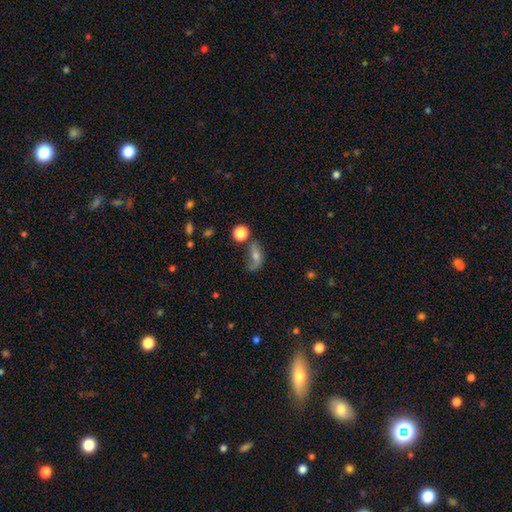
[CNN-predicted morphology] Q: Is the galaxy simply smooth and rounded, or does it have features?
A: featured or disk — 45%.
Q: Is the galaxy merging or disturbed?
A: none — 43%.